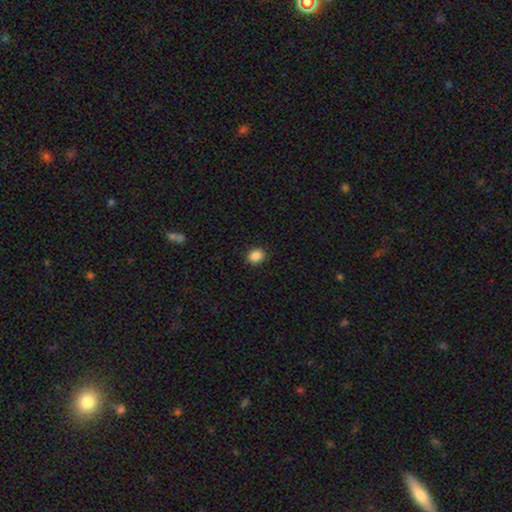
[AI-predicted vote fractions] Smooth or featured? smooth (88%)
How rounded? round (56%)
Merging? none (91%)